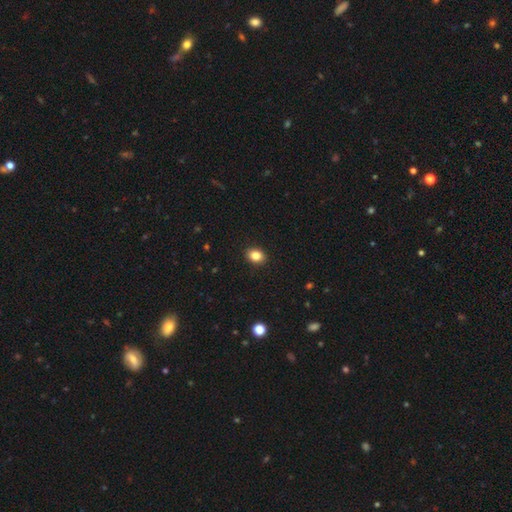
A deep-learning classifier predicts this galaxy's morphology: type=smooth (84%); roundness=in between (58%); merging=none (91%).